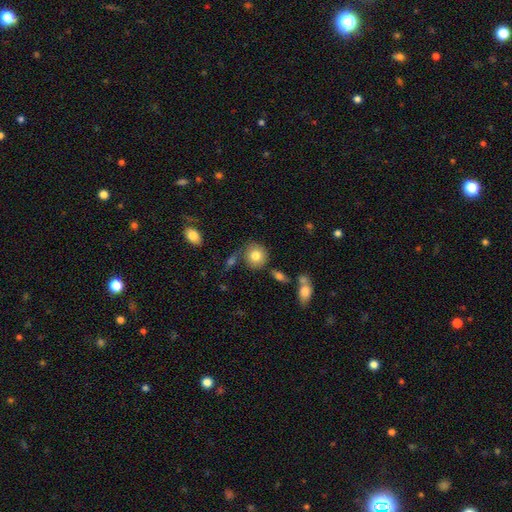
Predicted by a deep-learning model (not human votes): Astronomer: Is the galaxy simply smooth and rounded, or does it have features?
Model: smooth — 80%.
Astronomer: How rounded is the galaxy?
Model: round — 82%.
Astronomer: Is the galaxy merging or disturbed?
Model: none — 71%.